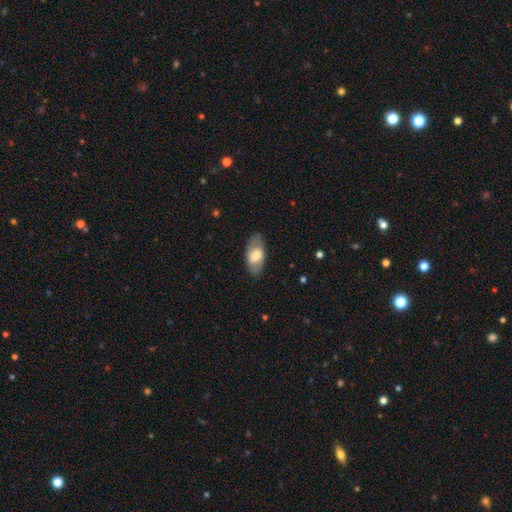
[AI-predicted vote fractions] A smooth galaxy with no disk features (55%) that is in between round and cigar-shaped (91%). Merging: none (81%).